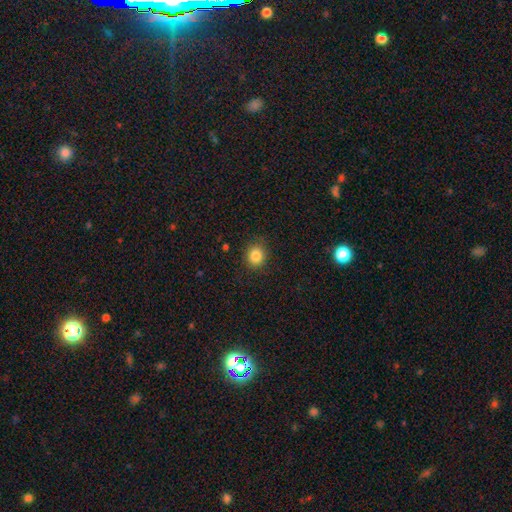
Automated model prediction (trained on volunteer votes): This is clearly a smooth galaxy (85%). How rounded: clearly round (81%). Merging: clearly none (88%).